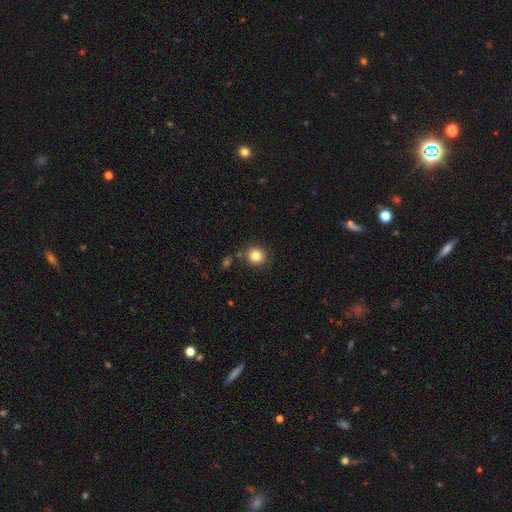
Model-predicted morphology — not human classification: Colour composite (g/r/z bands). It shows a smooth galaxy with no disk features (82%) that is round (89%). Merging: none (82%).